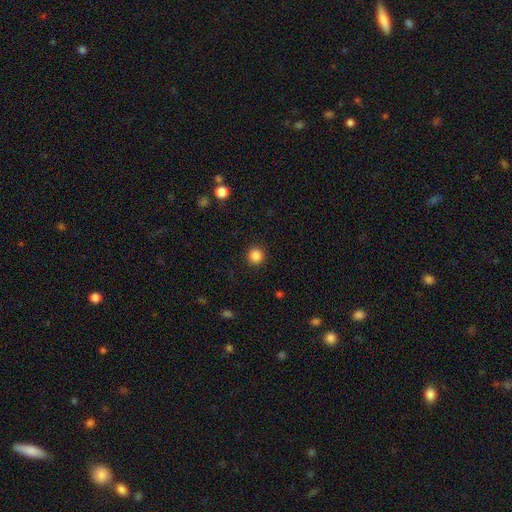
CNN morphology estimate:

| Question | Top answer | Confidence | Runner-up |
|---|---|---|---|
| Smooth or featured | smooth | 85% | star or artifact (11%) |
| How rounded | round | 95% | in between (4%) |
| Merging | none | 92% | minor disturbance (5%) |